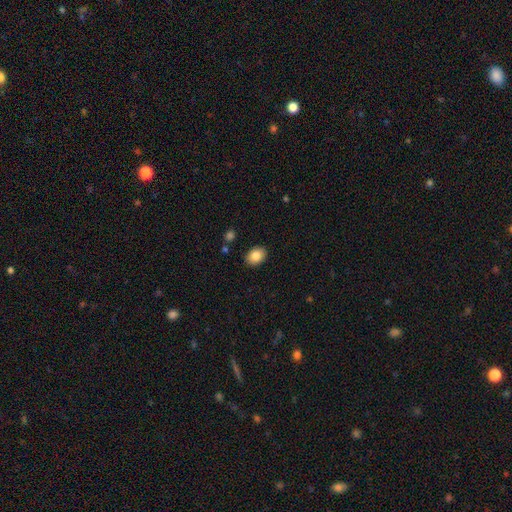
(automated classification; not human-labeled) A smooth galaxy with no disk features (84%) that is in between round and cigar-shaped (73%). Merging: none (89%).